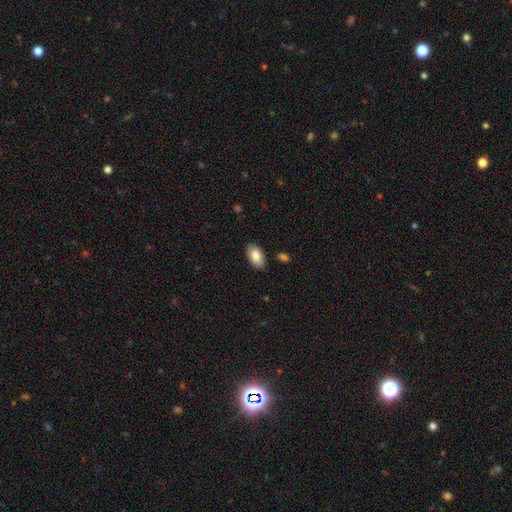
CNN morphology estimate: Smooth or featured?
  - smooth: 81% *
  - featured or disk: 13%
  - star or artifact: 6%
How rounded?
  - in between: 94% *
  - round: 4%
  - cigar-shaped: 2%
Merging?
  - none: 86% *
  - minor disturbance: 10%
  - major disturbance: 2%
  - merger: 2%